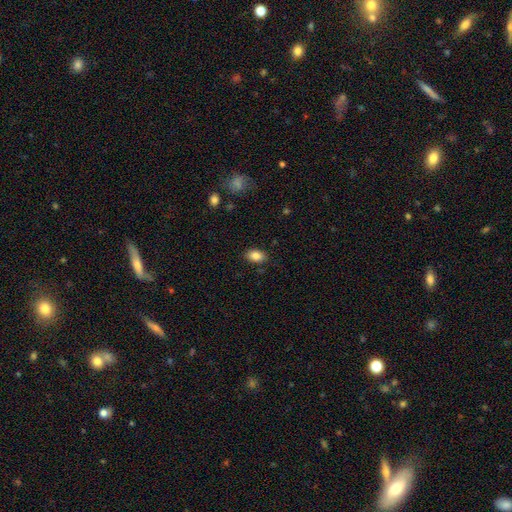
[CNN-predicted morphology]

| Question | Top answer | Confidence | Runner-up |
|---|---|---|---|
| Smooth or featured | smooth | 86% | star or artifact (8%) |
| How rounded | in between | 89% | round (10%) |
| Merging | none | 86% | minor disturbance (11%) |